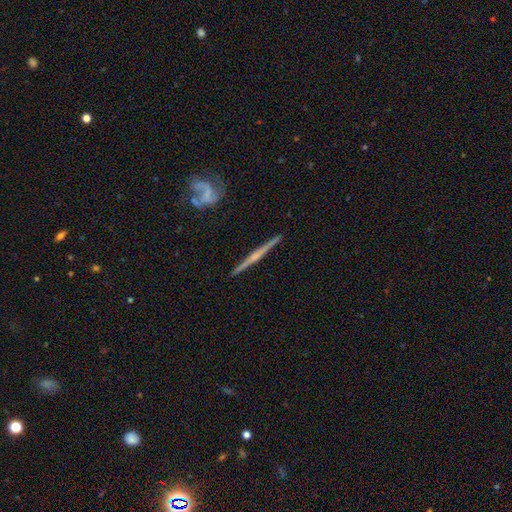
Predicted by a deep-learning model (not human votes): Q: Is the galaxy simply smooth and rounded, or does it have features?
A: featured or disk — 79%.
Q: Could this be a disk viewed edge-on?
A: yes — 97%.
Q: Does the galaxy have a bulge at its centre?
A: rounded — 59%.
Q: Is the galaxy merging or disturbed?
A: none — 90%.